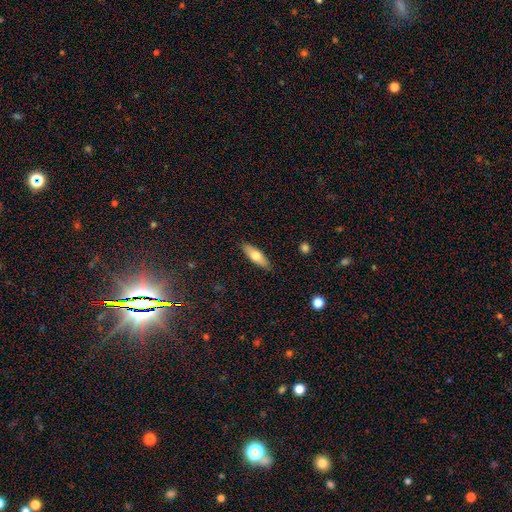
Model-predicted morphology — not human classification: type=smooth (67%); roundness=in between (53%); merging=none (87%).